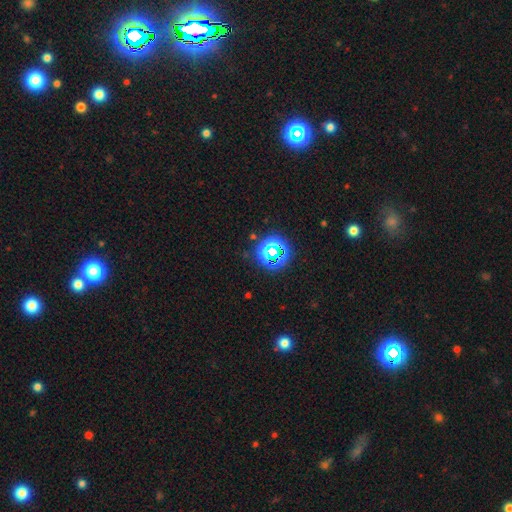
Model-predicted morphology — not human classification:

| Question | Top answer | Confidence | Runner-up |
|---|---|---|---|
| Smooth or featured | star or artifact | 62% | smooth (31%) |